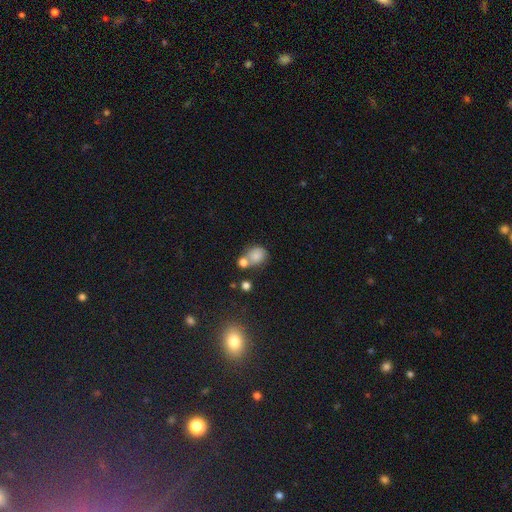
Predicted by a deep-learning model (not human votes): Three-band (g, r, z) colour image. It shows a smooth galaxy with no disk features (77%) that is round (66%). Merging: none (45%).